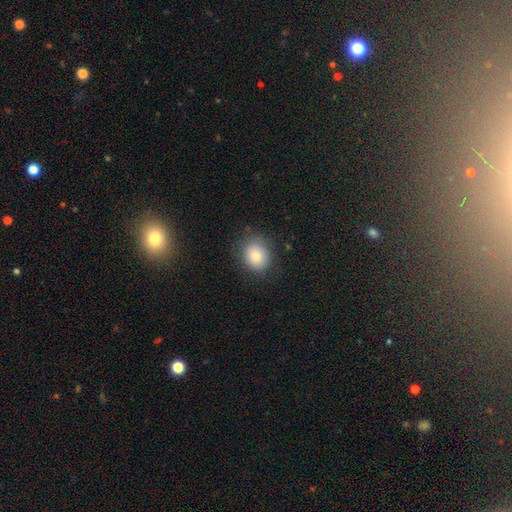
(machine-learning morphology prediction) A smooth galaxy with no disk features (80%) that is round (67%). Merging: none (80%).